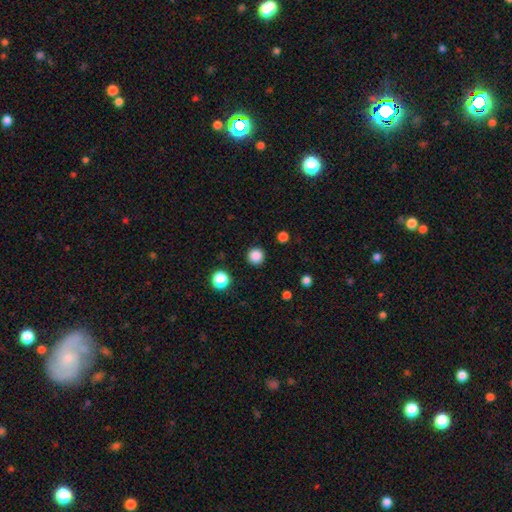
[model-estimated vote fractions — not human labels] Smooth or featured: smooth — 86% (star or artifact — 11%)
How rounded: round — 96% (in between — 3%)
Merging: none — 92% (minor disturbance — 5%)